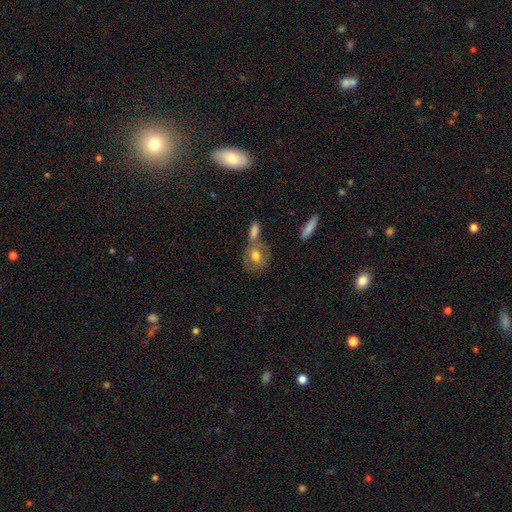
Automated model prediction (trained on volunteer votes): This appears to be a smooth galaxy with no disk features (63%) that is round (56%). Merging: none (48%).